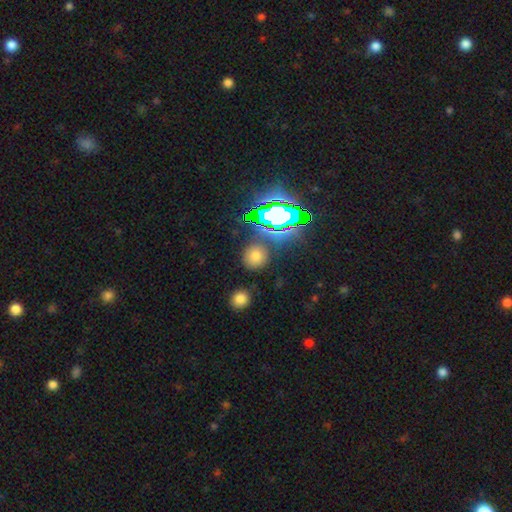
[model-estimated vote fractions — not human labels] This is likely a smooth galaxy (65%). How rounded: clearly round (91%). Merging: clearly none (85%).